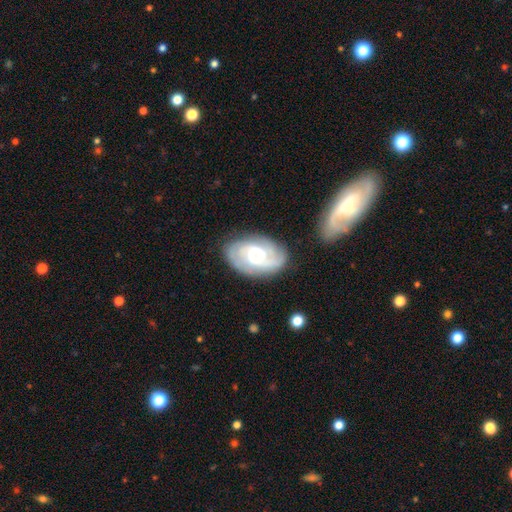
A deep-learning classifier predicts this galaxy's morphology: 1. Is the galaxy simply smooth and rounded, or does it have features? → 78% featured or disk, 17% smooth, 5% star or artifact.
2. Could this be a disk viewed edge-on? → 96% no, 4% yes.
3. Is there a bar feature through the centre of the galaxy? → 57% no, 37% weak, 6% strong.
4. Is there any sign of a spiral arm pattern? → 93% yes, 7% no.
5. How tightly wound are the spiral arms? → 48% tight, 39% medium, 14% loose.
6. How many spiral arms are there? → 33% 2, 26% 3, 26% can't tell, 6% 4, 5% 1, 4% more than 4.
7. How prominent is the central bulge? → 66% moderate, 22% small, 9% large, 1% none, 1% dominant.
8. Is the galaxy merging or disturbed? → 77% none, 16% minor disturbance, 5% major disturbance, 2% merger.